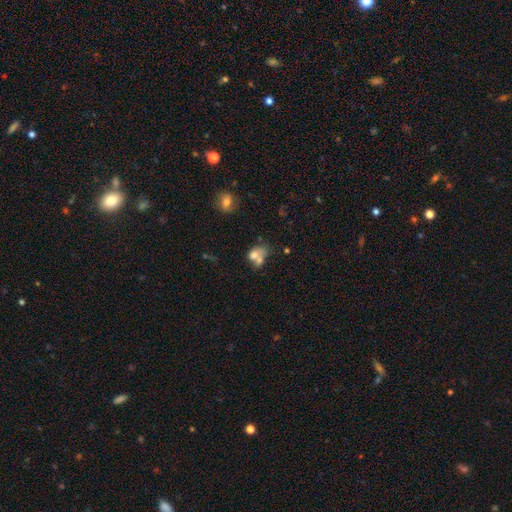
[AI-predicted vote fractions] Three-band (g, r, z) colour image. It shows a smooth galaxy with no disk features (66%) that is in between round and cigar-shaped (59%). Merging: merger (59%).